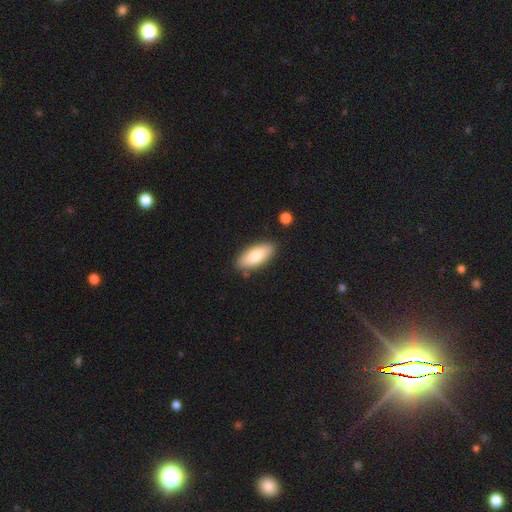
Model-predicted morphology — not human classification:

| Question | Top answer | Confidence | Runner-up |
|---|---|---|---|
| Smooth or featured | smooth | 79% | featured or disk (15%) |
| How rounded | in between | 82% | cigar-shaped (16%) |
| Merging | none | 83% | minor disturbance (11%) |